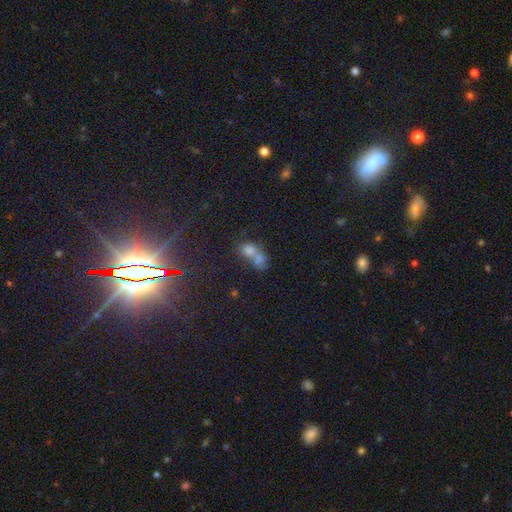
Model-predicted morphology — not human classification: type=smooth (64%); roundness=in between (52%); merging=merger (68%).